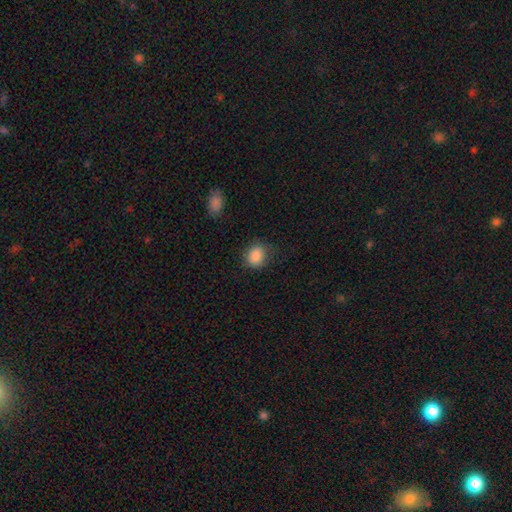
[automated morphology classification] smooth-or-featured: smooth: 87% | star or artifact: 9% | featured or disk: 4%
  how-rounded: round: 60% | in between: 39% | cigar-shaped: 1%
  merging: none: 73% | minor disturbance: 20% | major disturbance: 6% | merger: 1%